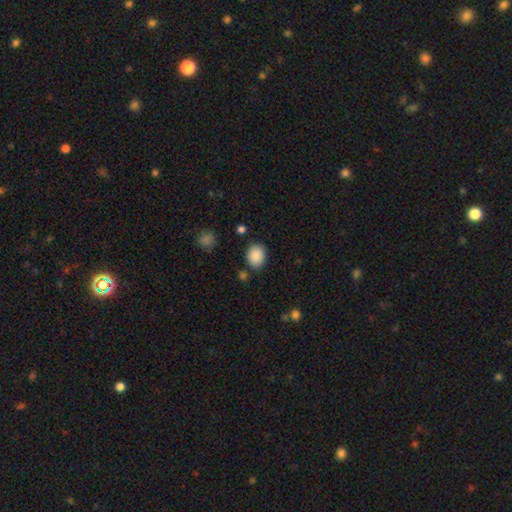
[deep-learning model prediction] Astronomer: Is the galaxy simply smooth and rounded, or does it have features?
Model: smooth — 88%.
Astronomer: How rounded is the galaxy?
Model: round — 51% (runner-up: in between, 48%).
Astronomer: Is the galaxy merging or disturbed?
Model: none — 81%.